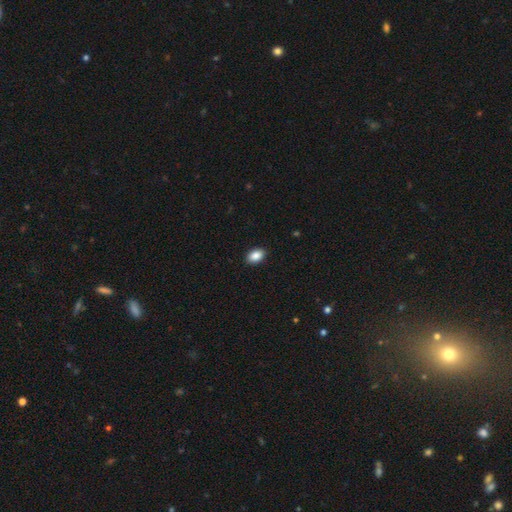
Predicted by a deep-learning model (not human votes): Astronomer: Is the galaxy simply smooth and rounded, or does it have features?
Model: smooth — 88%.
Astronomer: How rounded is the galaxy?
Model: in between — 88%.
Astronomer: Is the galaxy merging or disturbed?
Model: none — 91%.